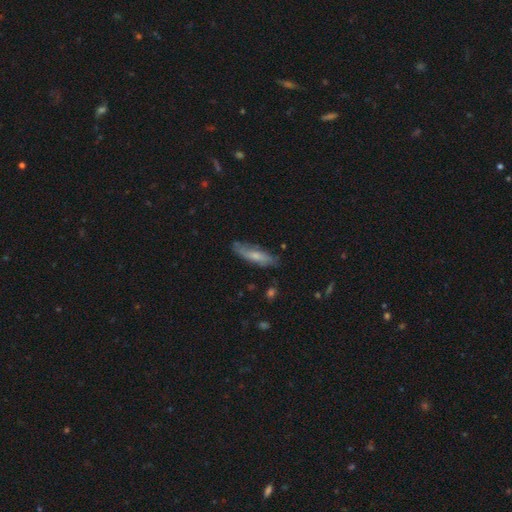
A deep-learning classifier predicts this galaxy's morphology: Overall: smooth (60%; featured or disk 34%). How rounded: cigar-shaped (67%; in between 31%). Merging: none (75%).